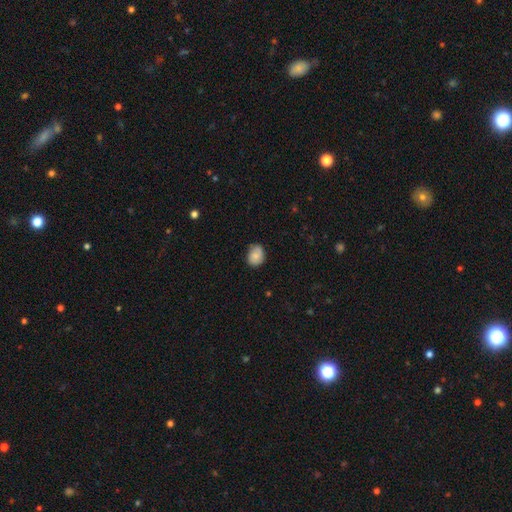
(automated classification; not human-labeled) Smooth or featured? Predicted: smooth (p=0.78). How rounded? Predicted: in between (p=0.51). Merging? Predicted: none (p=0.70).